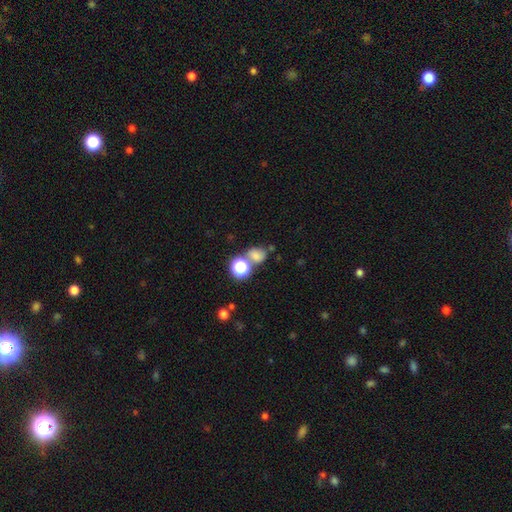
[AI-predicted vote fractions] smooth-or-featured: smooth: 68% | star or artifact: 22% | featured or disk: 10%
  how-rounded: round: 54% | in between: 45% | cigar-shaped: 1%
  merging: none: 50% | merger: 31% | minor disturbance: 13% | major disturbance: 7%